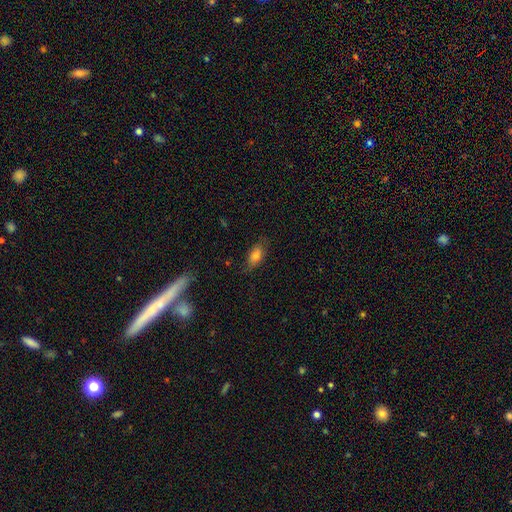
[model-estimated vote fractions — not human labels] Smooth or featured?
  - smooth: 77% *
  - featured or disk: 15%
  - star or artifact: 8%
How rounded?
  - in between: 86% *
  - cigar-shaped: 8%
  - round: 6%
Merging?
  - none: 74% *
  - minor disturbance: 20%
  - major disturbance: 5%
  - merger: 1%